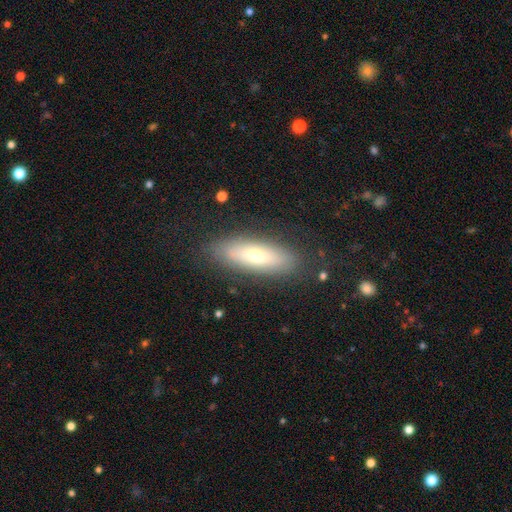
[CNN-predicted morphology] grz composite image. It shows a smooth galaxy with no disk features (60%) that is in between round and cigar-shaped (53%). Merging: none (84%).